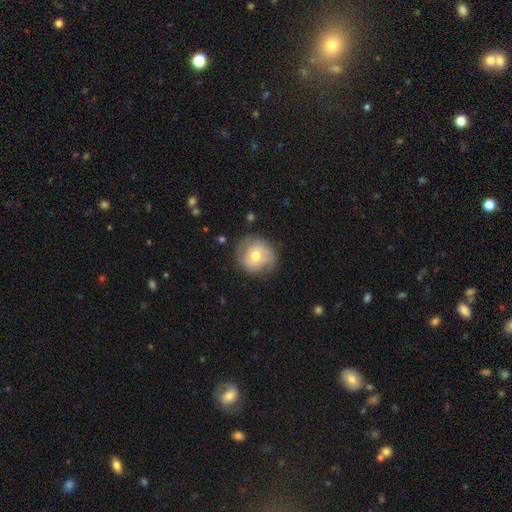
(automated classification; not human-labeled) Smooth or featured? featured or disk (50%)
Merging? none (73%)